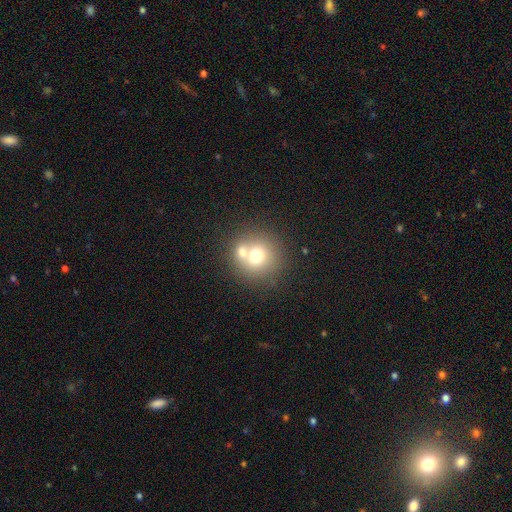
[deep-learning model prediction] Smooth or featured? Predicted: smooth (p=0.68). How rounded? Predicted: round (p=0.88). Merging? Predicted: none (p=0.47).